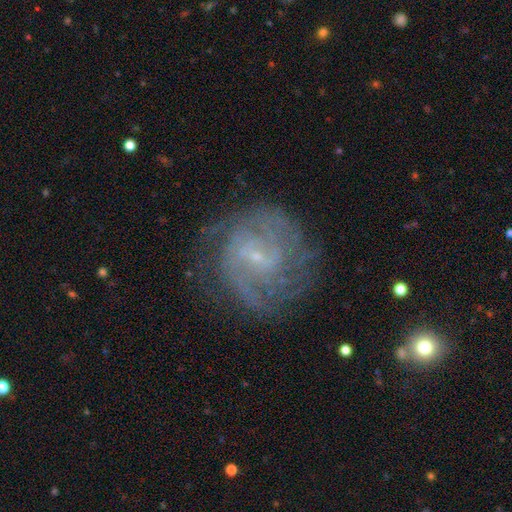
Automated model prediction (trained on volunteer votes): Morphology: type=featured or disk (81%); edge-on=no (98%); bar=weak (50%); spiral arms=yes (92%); winding=tight (52%); arm count=can't tell (37%); bulge=small (82%); merging=none (72%).